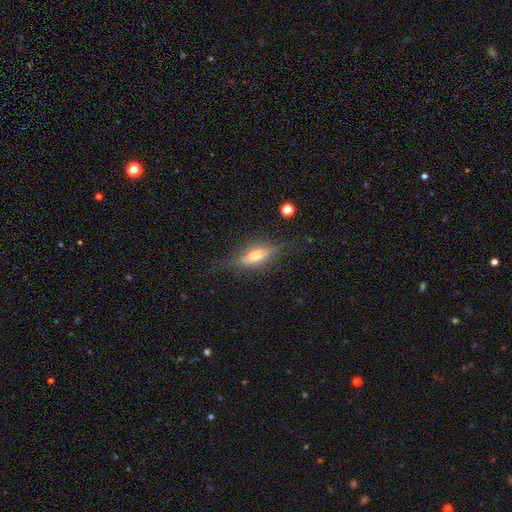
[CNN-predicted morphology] This is possibly a featured or disk galaxy (54%). It is clearly viewed edge-on (89%). Merging: likely none (67%).